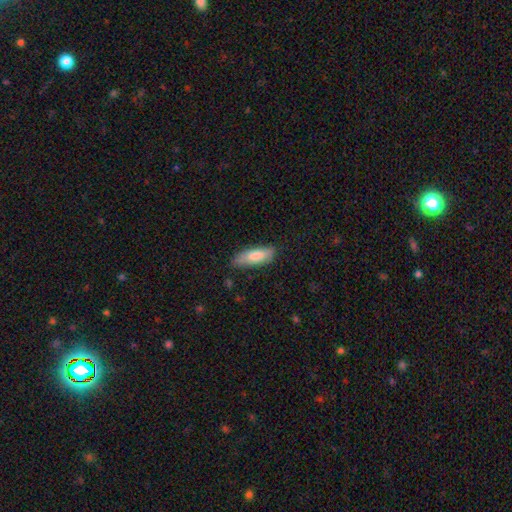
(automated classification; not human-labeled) smooth_or_featured: smooth (p=0.79) [alt: featured or disk p=0.16]
how_rounded: in between (p=0.62) [alt: cigar-shaped p=0.36]
merging: none (p=0.73) [alt: minor disturbance p=0.22]